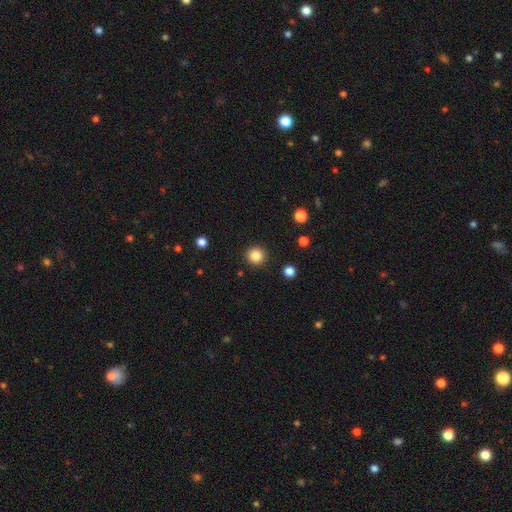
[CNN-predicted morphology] A smooth galaxy with no disk features (85%) that is round (95%).

Vote fractions:
- Smooth or featured? smooth: 85% / star or artifact: 11% / featured or disk: 4%
- How rounded? round: 95% / in between: 4% / cigar-shaped: 1%
- Merging? none: 92% / minor disturbance: 5% / major disturbance: 2% / merger: 1%